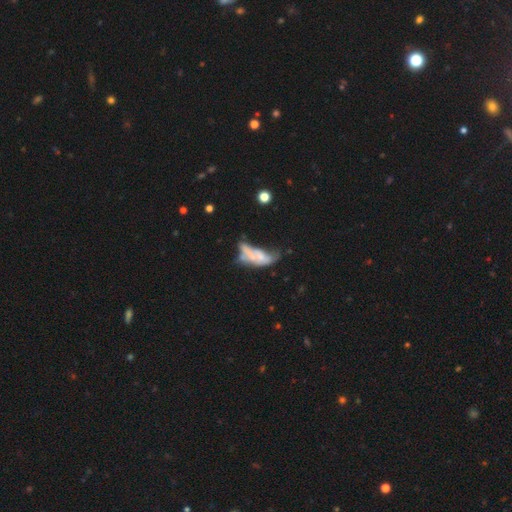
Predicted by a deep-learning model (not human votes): Smooth or featured? featured or disk (45%)
Merging? merger (33%)